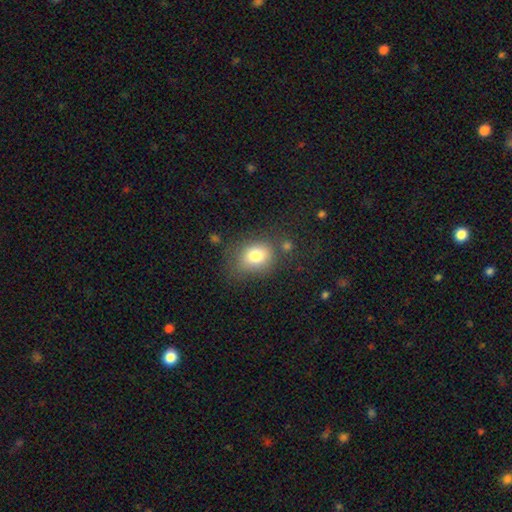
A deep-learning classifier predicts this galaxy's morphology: This is likely a smooth galaxy (78%). How rounded: possibly round (50%). Merging: likely none (63%).